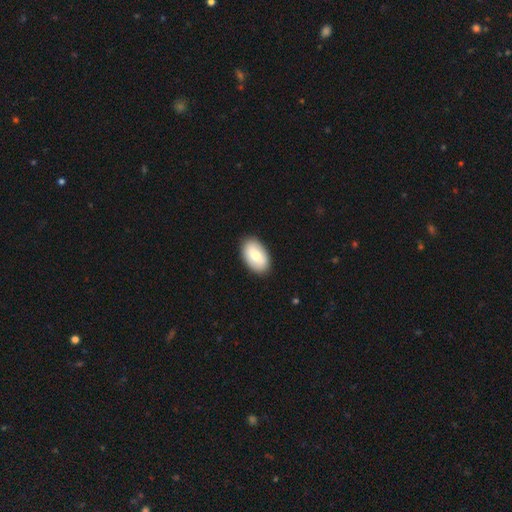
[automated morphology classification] Smooth or featured? smooth (74%)
How rounded? in between (93%)
Merging? none (89%)